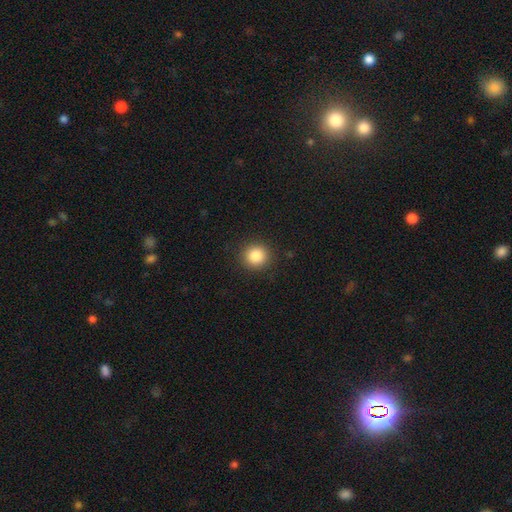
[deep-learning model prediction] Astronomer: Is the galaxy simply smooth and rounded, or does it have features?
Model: smooth — 85%.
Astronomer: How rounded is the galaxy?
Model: round — 92%.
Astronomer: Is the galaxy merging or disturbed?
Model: none — 91%.